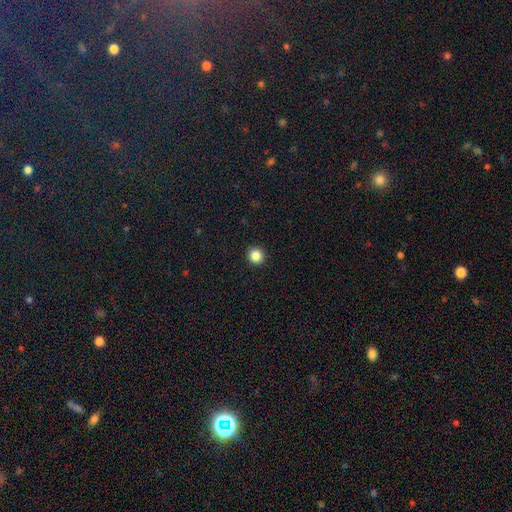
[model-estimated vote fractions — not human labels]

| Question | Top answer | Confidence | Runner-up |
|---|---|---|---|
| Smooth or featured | smooth | 86% | star or artifact (10%) |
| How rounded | round | 92% | in between (7%) |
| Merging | none | 93% | minor disturbance (5%) |